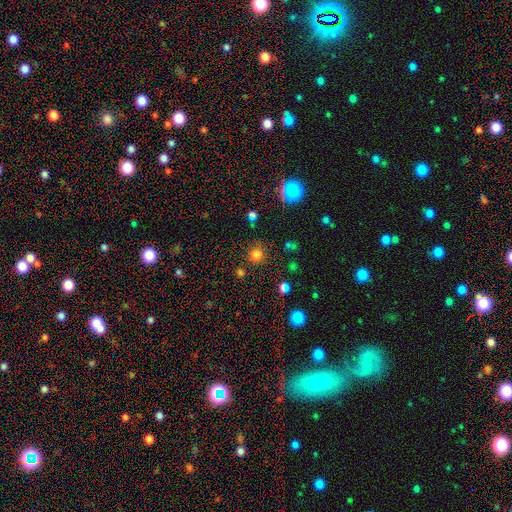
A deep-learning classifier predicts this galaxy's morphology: Smooth or featured? smooth (75%)
How rounded? round (91%)
Merging? none (83%)